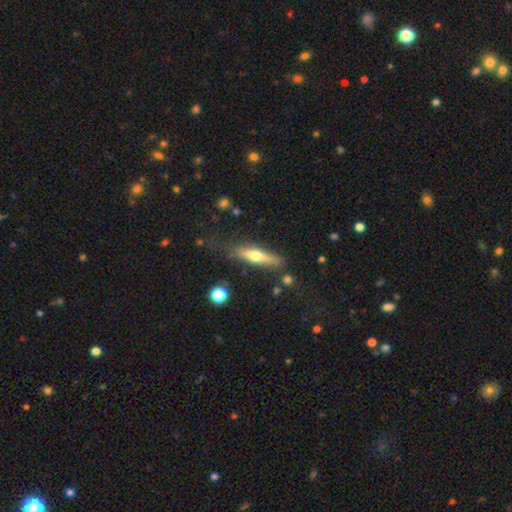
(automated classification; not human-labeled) The model was most divided on "smooth or featured": smooth: 53%, featured or disk: 40%, star or artifact: 6%. More confident: how rounded — cigar-shaped (74%); merging — none (72%).